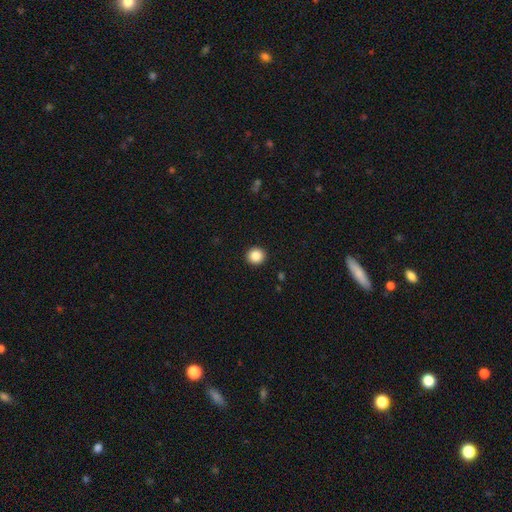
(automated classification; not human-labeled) This is clearly a smooth galaxy (86%). How rounded: clearly round (94%). Merging: clearly none (93%).